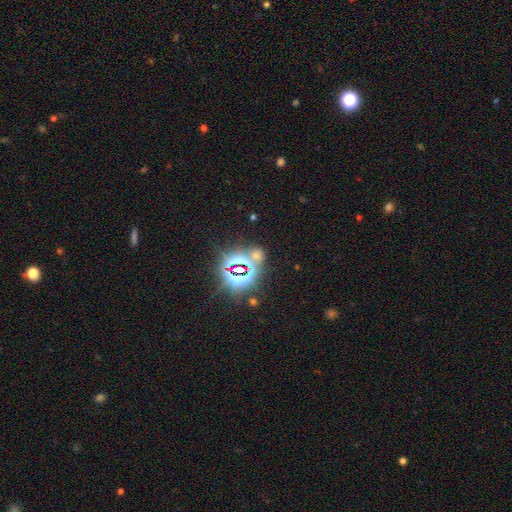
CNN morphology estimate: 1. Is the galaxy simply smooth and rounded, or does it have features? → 69% star or artifact, 23% smooth, 8% featured or disk.